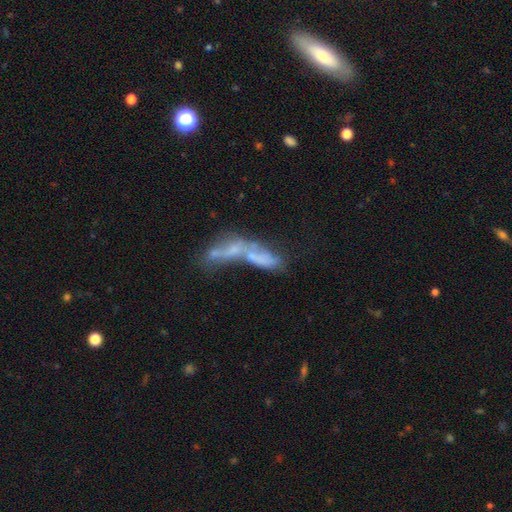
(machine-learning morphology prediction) Smooth or featured? featured or disk (48%)
Merging? merger (56%)